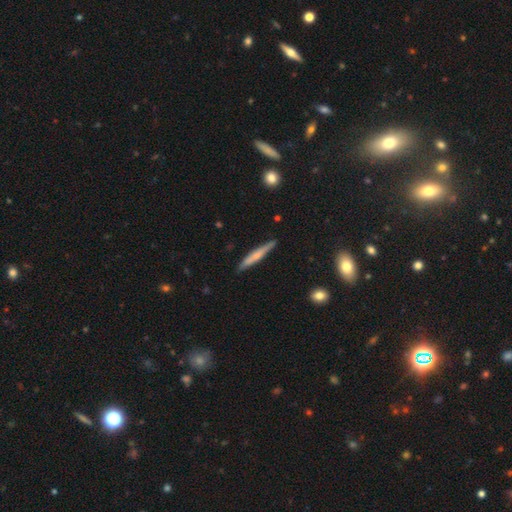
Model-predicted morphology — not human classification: type=smooth (51%); roundness=cigar-shaped (95%); merging=none (87%).